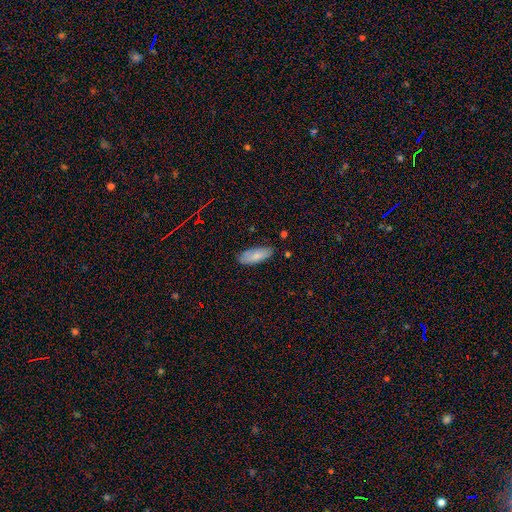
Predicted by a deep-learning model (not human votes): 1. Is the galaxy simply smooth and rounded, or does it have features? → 80% smooth, 14% featured or disk, 6% star or artifact.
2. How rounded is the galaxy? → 77% in between, 21% cigar-shaped, 2% round.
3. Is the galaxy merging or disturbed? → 80% none, 16% minor disturbance, 3% major disturbance, 2% merger.